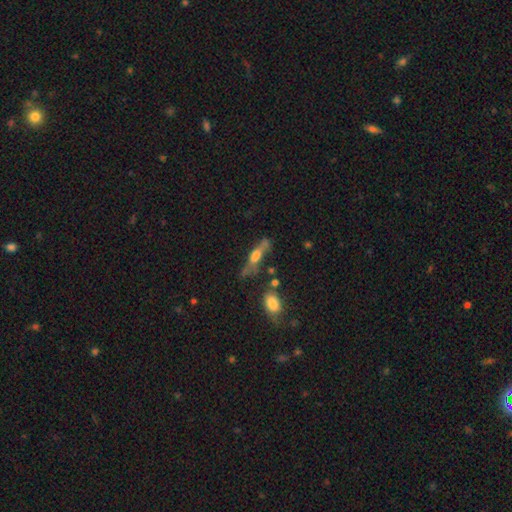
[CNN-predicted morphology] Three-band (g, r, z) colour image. It shows a featured or disk galaxy (47%). Merging: none (47%).